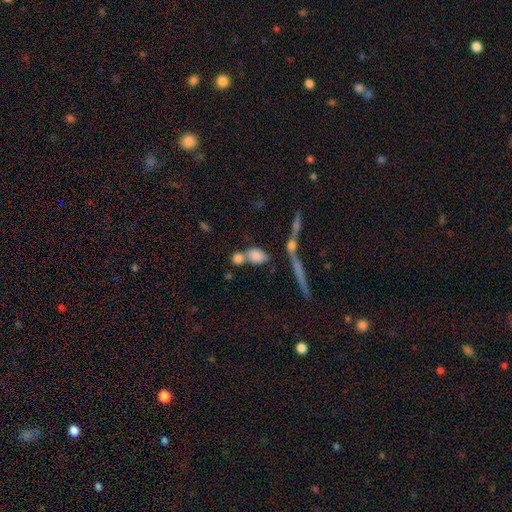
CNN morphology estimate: Smooth or featured: smooth — 78% (featured or disk — 12%)
How rounded: in between — 61% (round — 31%)
Merging: merger — 44% (none — 40%)